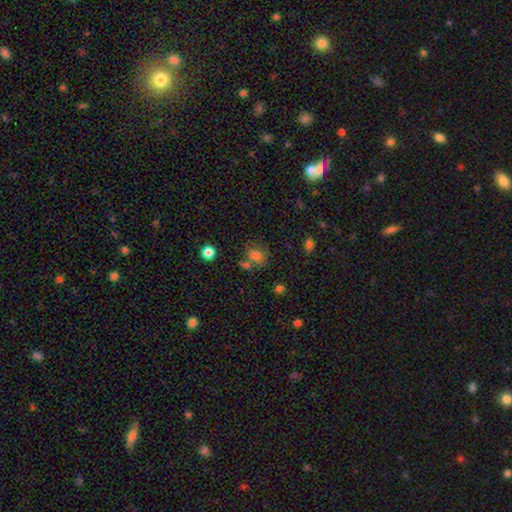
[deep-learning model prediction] Smooth or featured? smooth (75%)
How rounded? in between (55%)
Merging? none (49%)